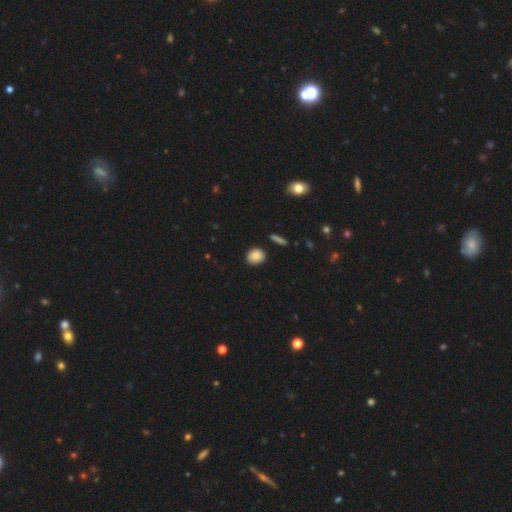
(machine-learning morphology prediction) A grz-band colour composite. It shows a smooth galaxy with no disk features (88%) that is round (65%). Merging: none (88%).